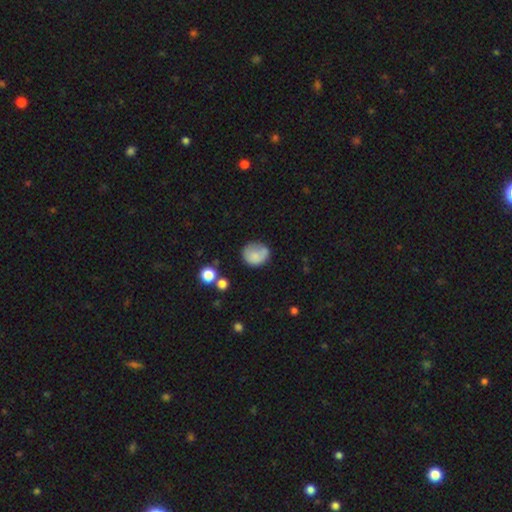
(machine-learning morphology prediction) Overall: smooth (76%). How rounded: round (70%). Merging: none (52%; minor disturbance 27%).